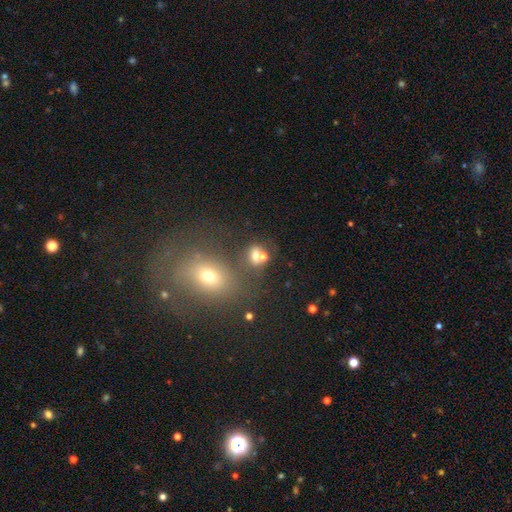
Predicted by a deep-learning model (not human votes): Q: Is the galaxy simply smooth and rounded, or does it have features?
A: smooth — 65%.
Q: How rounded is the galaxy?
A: round — 50%.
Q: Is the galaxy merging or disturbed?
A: none — 42%.